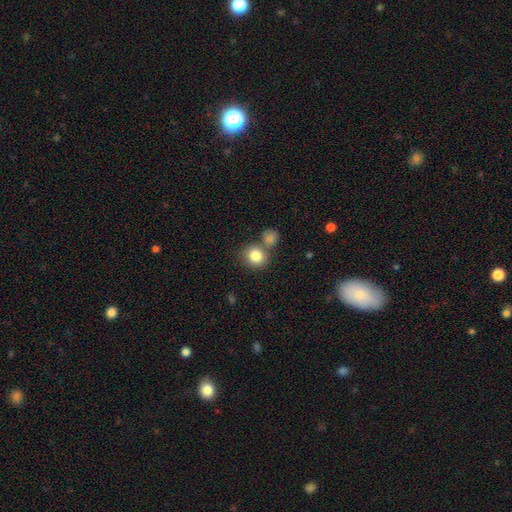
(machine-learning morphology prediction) This is clearly a smooth galaxy (83%). How rounded: likely round (79%). Merging: possibly none (59%).